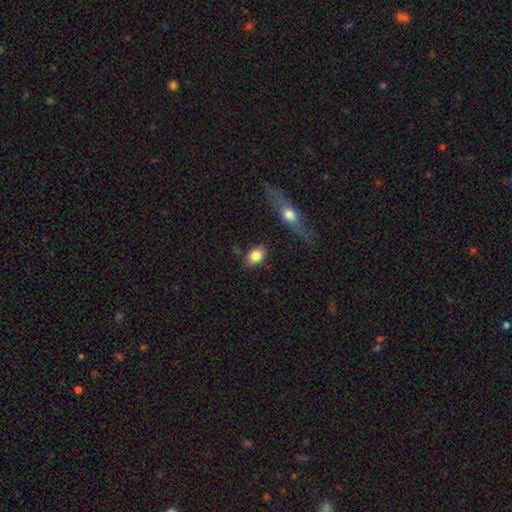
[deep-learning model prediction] Overall: smooth (83%). How rounded: in between (77%). Merging: none (81%).